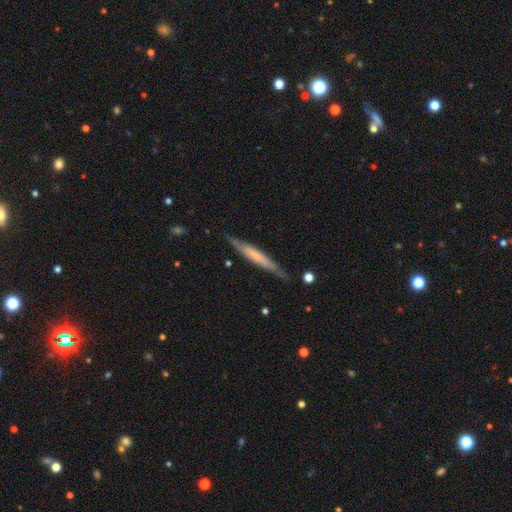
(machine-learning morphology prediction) The model was most divided on "smooth or featured": featured or disk: 51%, smooth: 44%, star or artifact: 5%. More confident: edge-on disk — yes (92%); merging — none (81%).